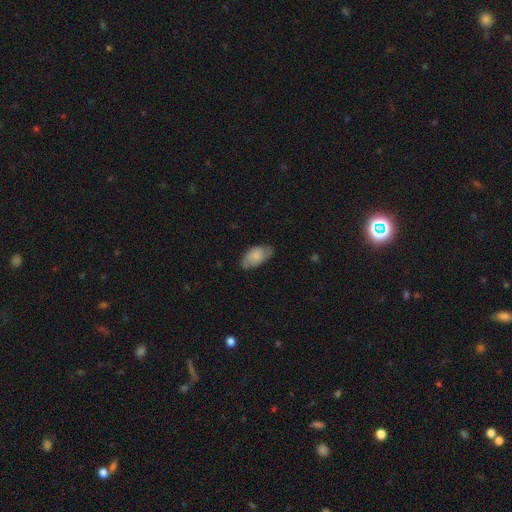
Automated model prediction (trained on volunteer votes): Smooth or featured? smooth (74%)
How rounded? in between (94%)
Merging? none (70%)